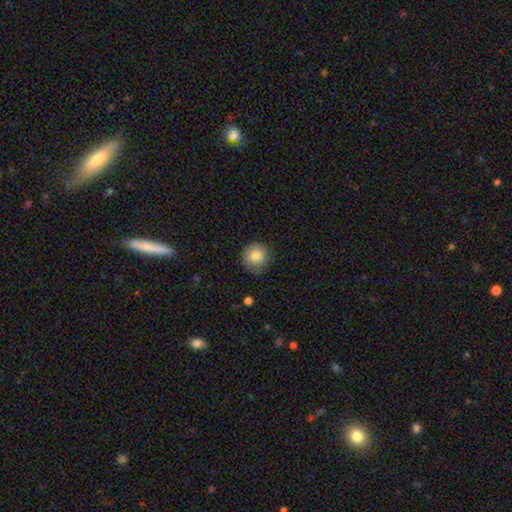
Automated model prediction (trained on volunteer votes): smooth-or-featured: smooth: 82% | star or artifact: 9% | featured or disk: 8%
  how-rounded: round: 95% | in between: 4% | cigar-shaped: 1%
  merging: none: 82% | minor disturbance: 14% | major disturbance: 3% | merger: 1%